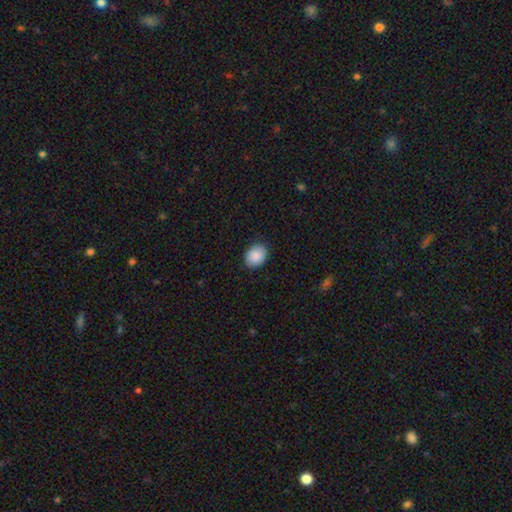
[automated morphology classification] Smooth or featured: smooth — 88% (star or artifact — 7%)
How rounded: in between — 54% (round — 45%)
Merging: none — 86% (minor disturbance — 10%)